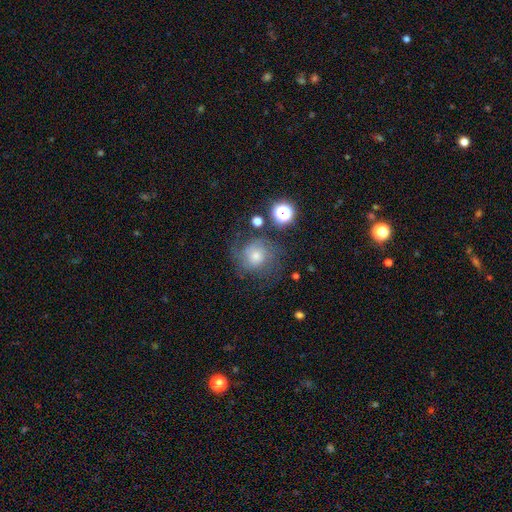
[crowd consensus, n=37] Smooth or featured? 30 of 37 (81%) said featured or disk. Edge-on disk? 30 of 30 (100%) said no. Bar? 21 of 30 (70%) said no. Spiral arms? 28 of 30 (93%) said yes. Spiral winding? 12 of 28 (43%) said medium. Spiral arm count? 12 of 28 (43%) said 2. Bulge size? 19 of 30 (63%) said moderate. Merging? 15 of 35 (43%) said none.